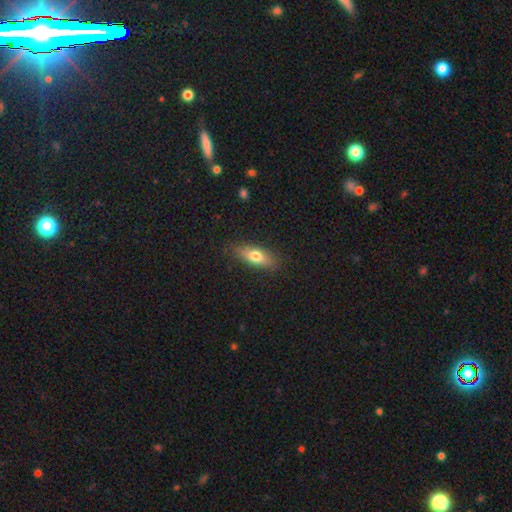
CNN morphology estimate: smooth-or-featured: smooth: 71% | featured or disk: 22% | star or artifact: 7%
  how-rounded: in between: 69% | cigar-shaped: 27% | round: 4%
  merging: none: 85% | minor disturbance: 12% | major disturbance: 3% | merger: 1%